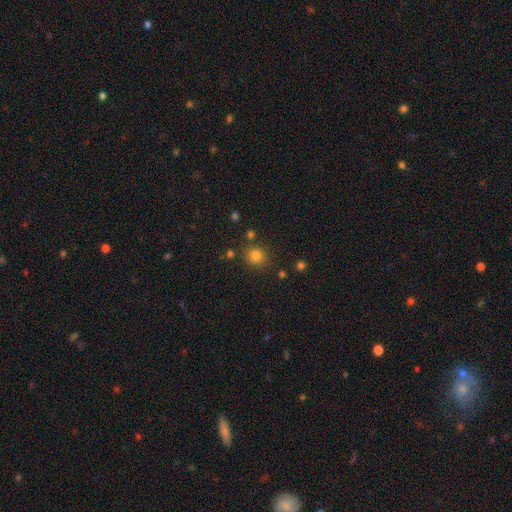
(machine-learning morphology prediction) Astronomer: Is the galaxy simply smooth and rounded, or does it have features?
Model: smooth — 81%.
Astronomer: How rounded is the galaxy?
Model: round — 90%.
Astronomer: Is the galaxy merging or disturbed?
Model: none — 83%.